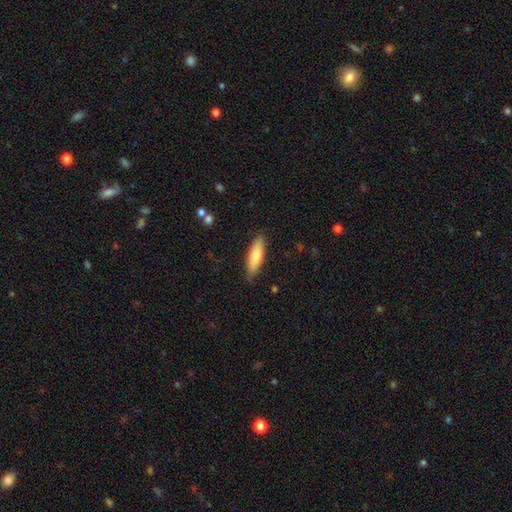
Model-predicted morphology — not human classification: smooth 71%, featured or disk 23%, star or artifact 6%. Down the decision tree: how rounded — cigar-shaped (51%); merging — none (86%).